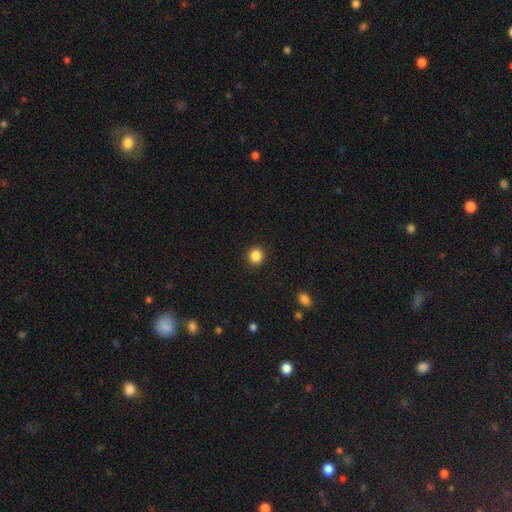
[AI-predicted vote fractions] Q: Smooth or featured?
A: smooth (86%); runner-up: star or artifact (10%)
Q: How rounded?
A: round (91%); runner-up: in between (8%)
Q: Merging?
A: none (92%); runner-up: minor disturbance (5%)